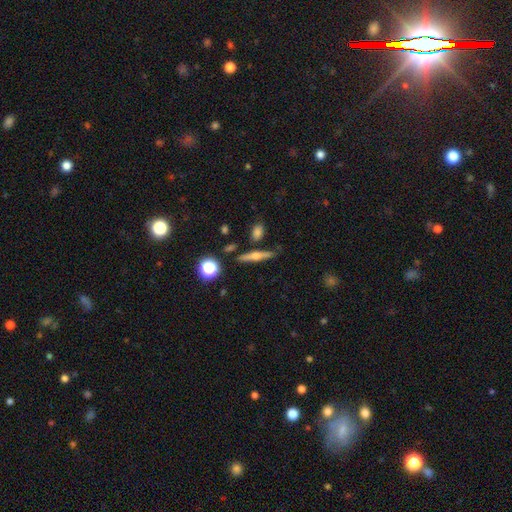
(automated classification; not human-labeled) A featured or disk galaxy (57%) viewed edge-on (95%) with a rounded central bulge (87%). Merging: none (81%).